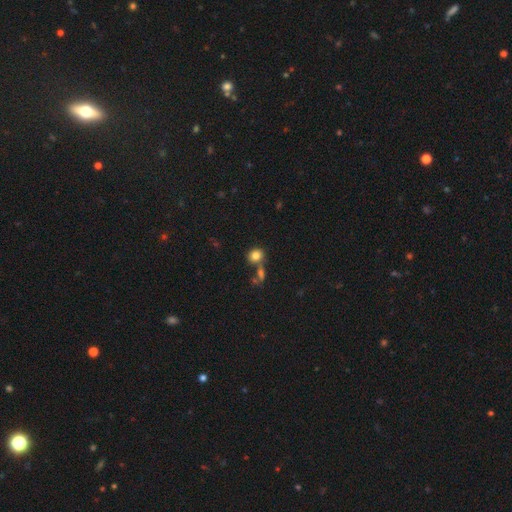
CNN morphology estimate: A smooth galaxy with no disk features (81%) that is round (73%).

Vote fractions:
- Smooth or featured? smooth: 81% / star or artifact: 11% / featured or disk: 8%
- How rounded? round: 73% / in between: 25% / cigar-shaped: 1%
- Merging? none: 60% / merger: 24% / minor disturbance: 11% / major disturbance: 5%